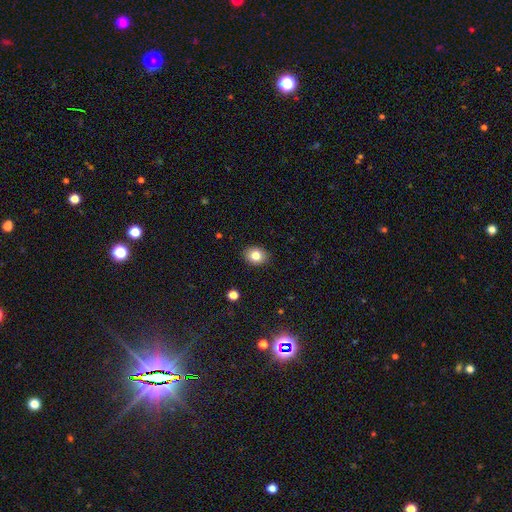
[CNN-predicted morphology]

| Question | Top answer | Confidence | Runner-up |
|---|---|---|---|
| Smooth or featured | smooth | 82% | star or artifact (10%) |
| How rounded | round | 55% | in between (44%) |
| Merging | none | 89% | minor disturbance (8%) |